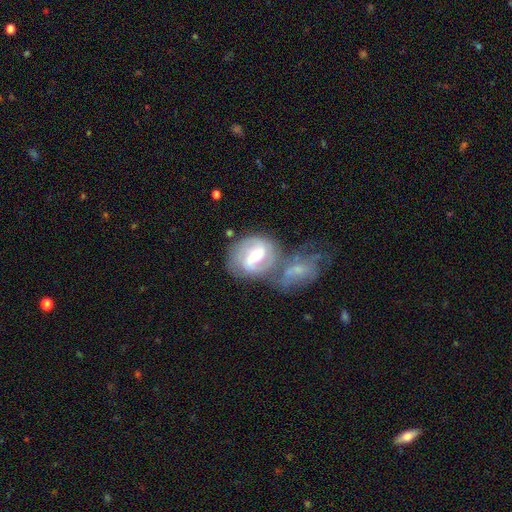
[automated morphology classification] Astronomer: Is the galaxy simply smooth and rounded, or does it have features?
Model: featured or disk — 80%.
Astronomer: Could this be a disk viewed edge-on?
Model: no — 97%.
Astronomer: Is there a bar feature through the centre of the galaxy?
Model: weak — 43% (runner-up: strong, 41%).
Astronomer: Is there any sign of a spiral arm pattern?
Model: yes — 89%.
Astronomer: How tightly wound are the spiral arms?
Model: medium — 44% (runner-up: tight, 37%).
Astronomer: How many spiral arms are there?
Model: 2 — 77%.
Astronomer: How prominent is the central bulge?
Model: moderate — 69%.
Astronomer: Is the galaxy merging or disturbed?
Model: none — 42% (runner-up: merger, 38%).